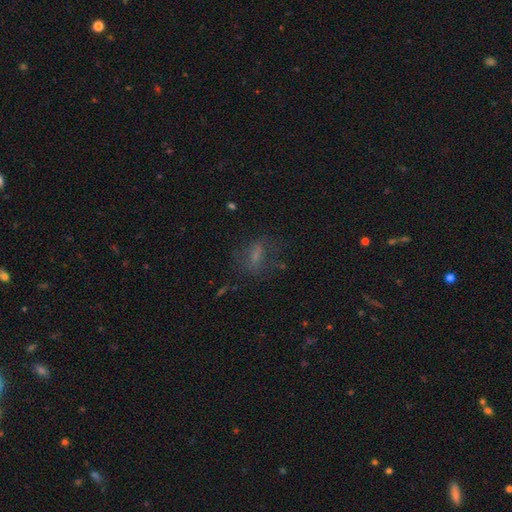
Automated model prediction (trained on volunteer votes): Smooth or featured?
  - smooth: 50% *
  - featured or disk: 28%
  - star or artifact: 22%
How rounded?
  - in between: 60% *
  - cigar-shaped: 27%
  - round: 13%
Merging?
  - none: 58% *
  - major disturbance: 21%
  - minor disturbance: 19%
  - merger: 2%